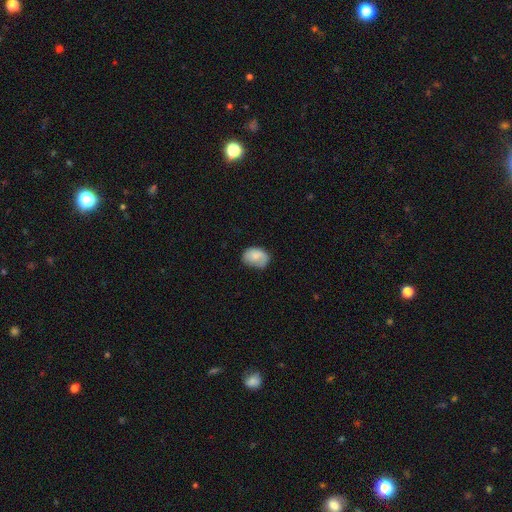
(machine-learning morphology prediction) Overall: smooth (73%). How rounded: in between (73%). Merging: none (54%; minor disturbance 32%).